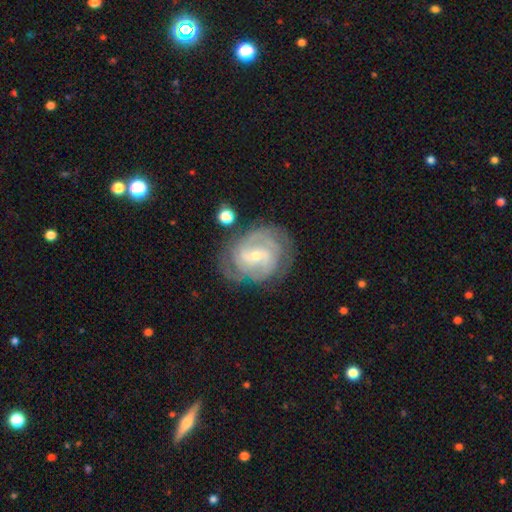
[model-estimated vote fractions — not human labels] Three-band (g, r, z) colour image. It shows a featured or disk galaxy (85%) with a weak bar (50%), 2 (36%) tight (58%) spiral arms (94%) and a small central bulge (67%). Merging: none (73%).